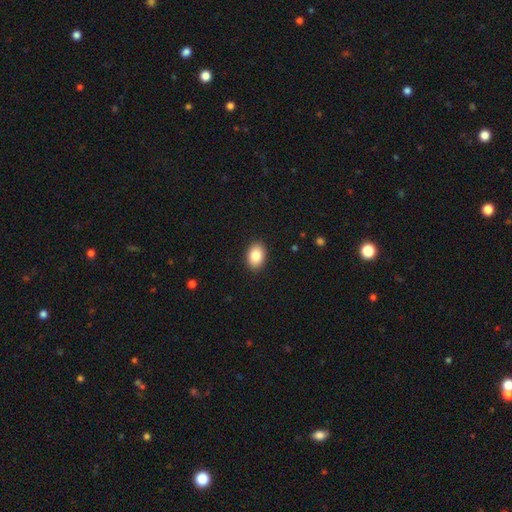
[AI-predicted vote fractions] Overall: smooth (86%). How rounded: in between (85%). Merging: none (90%).